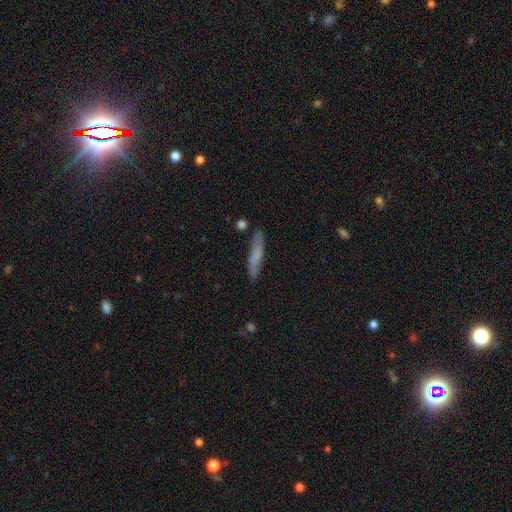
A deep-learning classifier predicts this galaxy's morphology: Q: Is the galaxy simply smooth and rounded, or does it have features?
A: smooth — 66%.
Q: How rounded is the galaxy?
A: cigar-shaped — 89%.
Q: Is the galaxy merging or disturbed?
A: none — 80%.